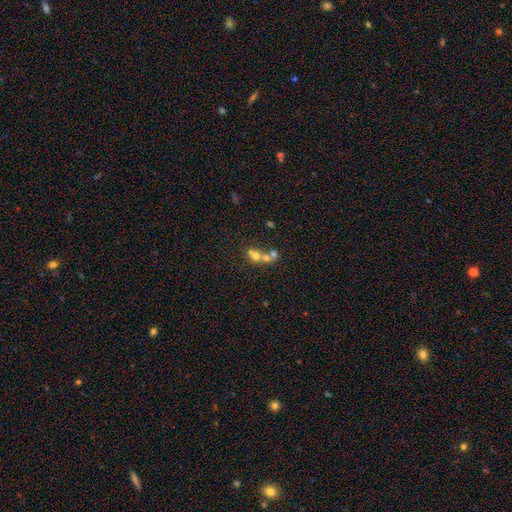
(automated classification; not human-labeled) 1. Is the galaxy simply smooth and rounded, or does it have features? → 53% smooth, 29% featured or disk, 18% star or artifact.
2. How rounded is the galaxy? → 76% round, 23% in between, 1% cigar-shaped.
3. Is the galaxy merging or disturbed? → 61% merger, 29% none, 6% minor disturbance, 4% major disturbance.